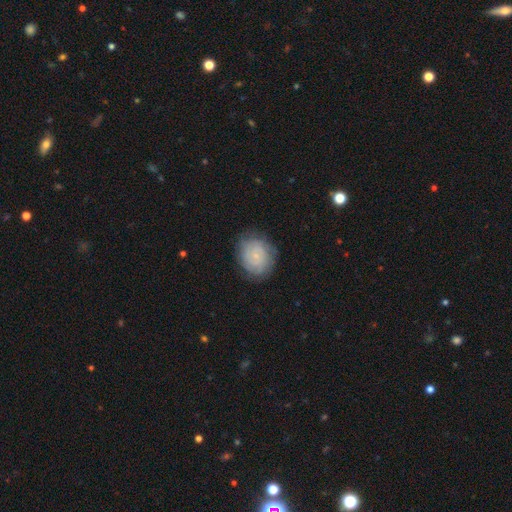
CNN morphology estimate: smooth 45% (tied), featured or disk 45% (tied), star or artifact 10%. Down the decision tree: merging — none (78%).